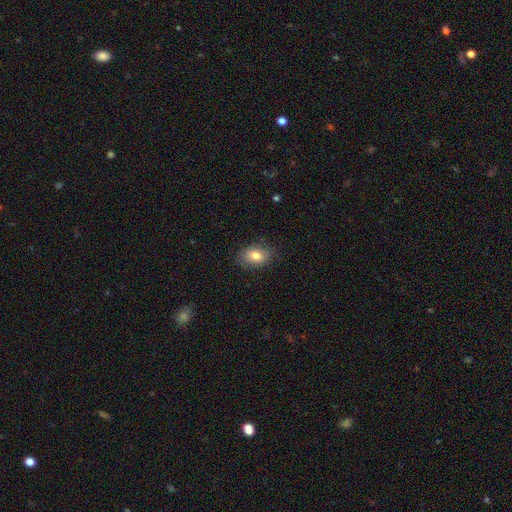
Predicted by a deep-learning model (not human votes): smooth 80%, featured or disk 12%, star or artifact 9%. Down the decision tree: how rounded — in between (79%); merging — none (81%).